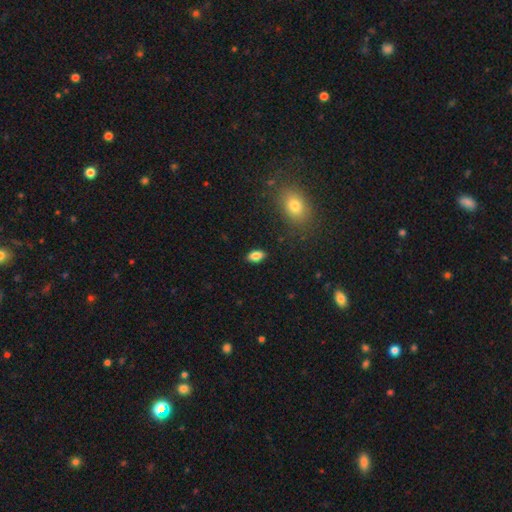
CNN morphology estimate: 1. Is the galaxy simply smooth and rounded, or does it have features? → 84% smooth, 9% star or artifact, 8% featured or disk.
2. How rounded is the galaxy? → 91% in between, 5% round, 4% cigar-shaped.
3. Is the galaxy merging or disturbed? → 88% none, 9% minor disturbance, 2% major disturbance, 1% merger.